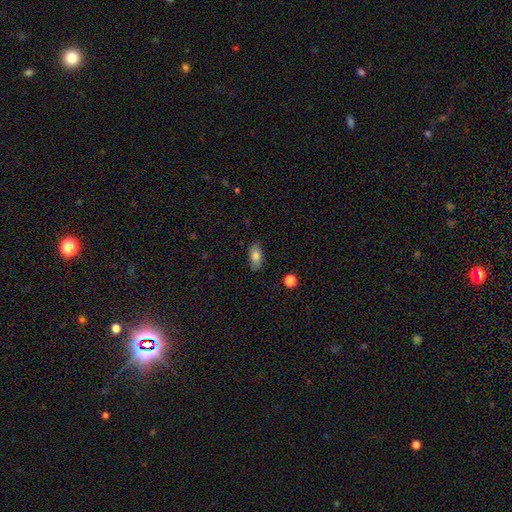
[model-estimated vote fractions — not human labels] smooth-or-featured: smooth: 79% | featured or disk: 13% | star or artifact: 8%
  how-rounded: in between: 89% | cigar-shaped: 7% | round: 5%
  merging: none: 82% | minor disturbance: 14% | major disturbance: 3% | merger: 1%